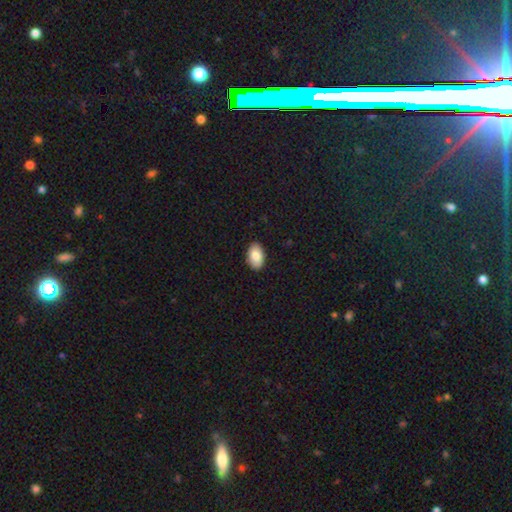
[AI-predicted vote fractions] A smooth galaxy with no disk features (84%) that is in between round and cigar-shaped (92%). Merging: none (89%).